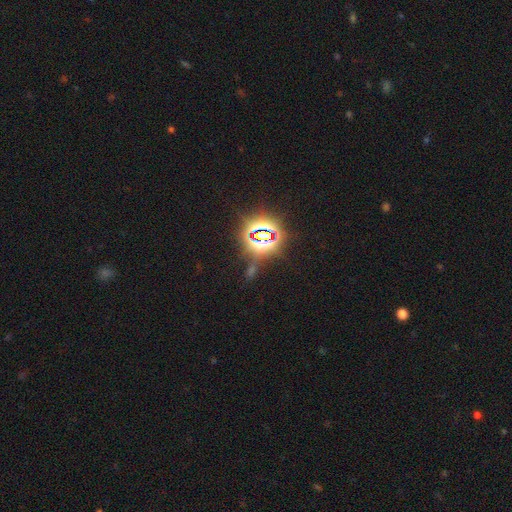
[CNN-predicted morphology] smooth-or-featured: star or artifact: 82% | smooth: 12% | featured or disk: 6%